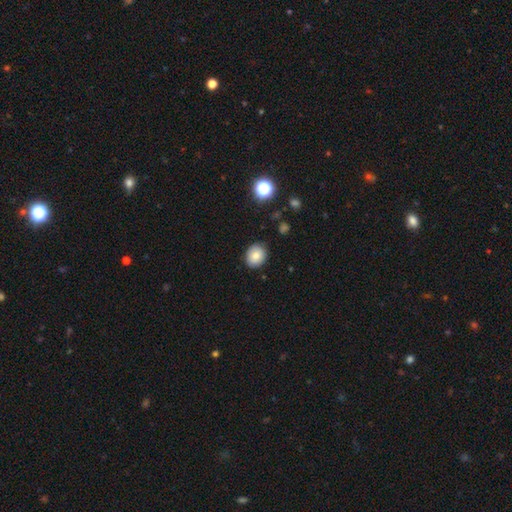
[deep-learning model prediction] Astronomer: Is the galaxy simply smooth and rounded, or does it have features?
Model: smooth — 80%.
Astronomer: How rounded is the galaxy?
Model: round — 67%.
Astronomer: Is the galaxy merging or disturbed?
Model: none — 86%.